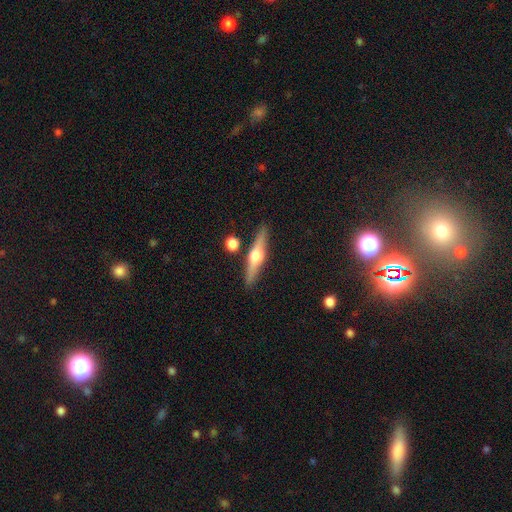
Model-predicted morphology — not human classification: Smooth or featured: featured or disk — 68% (smooth — 26%)
Edge-on disk: yes — 96% (no — 4%)
Edge-on bulge: rounded — 94% (boxy — 4%)
Merging: none — 86% (minor disturbance — 8%)